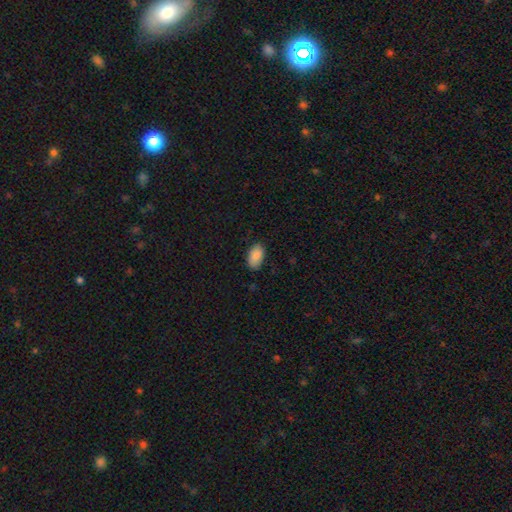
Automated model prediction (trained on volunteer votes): Smooth or featured: smooth — 88% (star or artifact — 7%)
How rounded: in between — 94% (round — 4%)
Merging: none — 83% (minor disturbance — 14%)